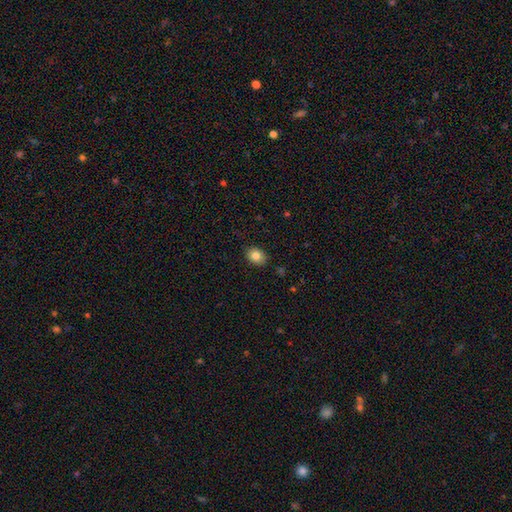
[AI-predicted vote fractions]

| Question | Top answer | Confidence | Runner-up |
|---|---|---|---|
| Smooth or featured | smooth | 83% | star or artifact (10%) |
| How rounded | in between | 54% | round (45%) |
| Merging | none | 88% | minor disturbance (9%) |